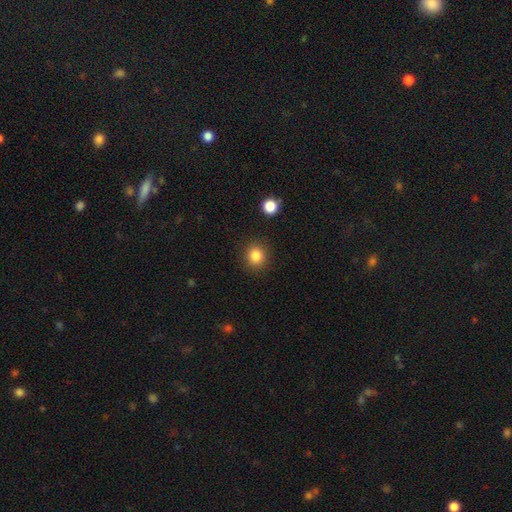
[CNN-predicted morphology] Smooth or featured?
  - smooth: 84% *
  - star or artifact: 11%
  - featured or disk: 5%
How rounded?
  - round: 88% *
  - in between: 11%
  - cigar-shaped: 1%
Merging?
  - none: 90% *
  - minor disturbance: 6%
  - major disturbance: 2%
  - merger: 2%